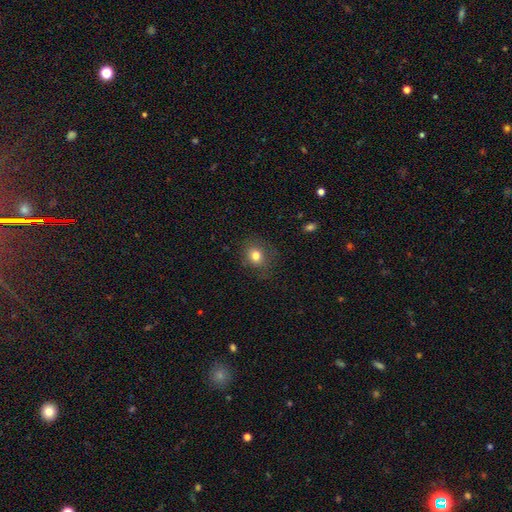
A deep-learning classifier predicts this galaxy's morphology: smooth-or-featured: smooth: 79% | star or artifact: 12% | featured or disk: 9%
  how-rounded: round: 69% | in between: 30% | cigar-shaped: 1%
  merging: none: 78% | minor disturbance: 15% | major disturbance: 6% | merger: 1%